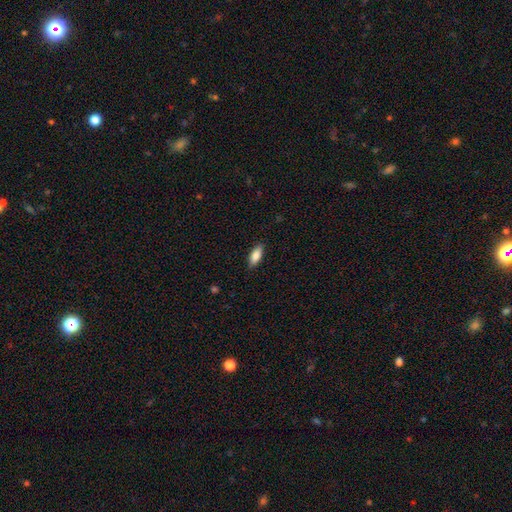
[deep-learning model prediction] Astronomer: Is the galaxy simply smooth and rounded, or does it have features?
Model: smooth — 85%.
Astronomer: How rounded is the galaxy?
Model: in between — 74%.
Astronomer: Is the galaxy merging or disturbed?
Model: none — 88%.